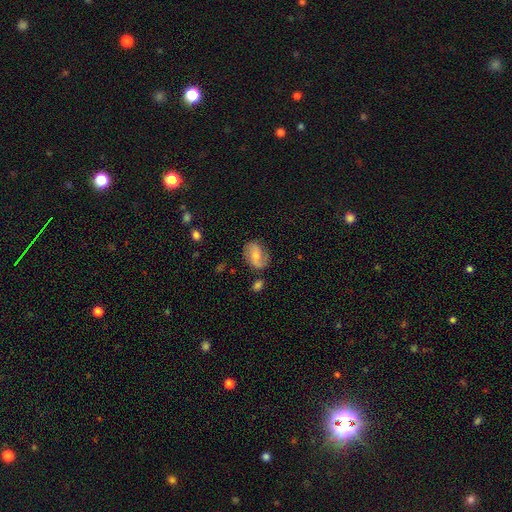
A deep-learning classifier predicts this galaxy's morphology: A featured or disk galaxy (58%) with no bar (49%), spiral arms (88%) and a small central bulge (54%). Merging: none (67%).